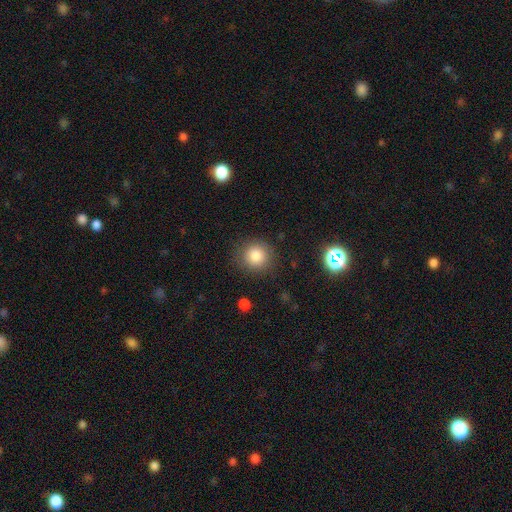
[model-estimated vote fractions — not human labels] Morphology: type=smooth (83%); roundness=round (90%); merging=none (86%).